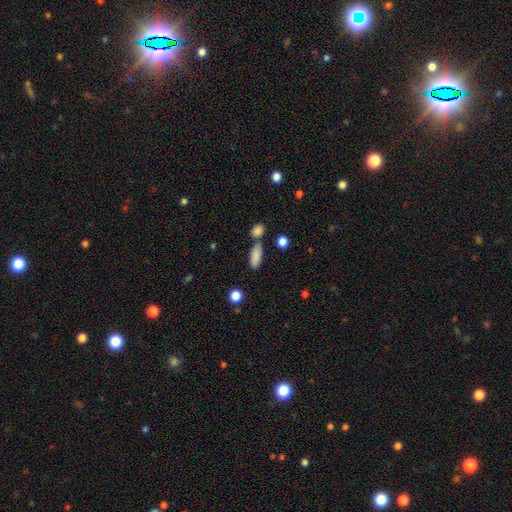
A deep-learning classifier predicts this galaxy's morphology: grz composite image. It shows a smooth galaxy with no disk features (85%) that is in between round and cigar-shaped (62%). Merging: none (69%).